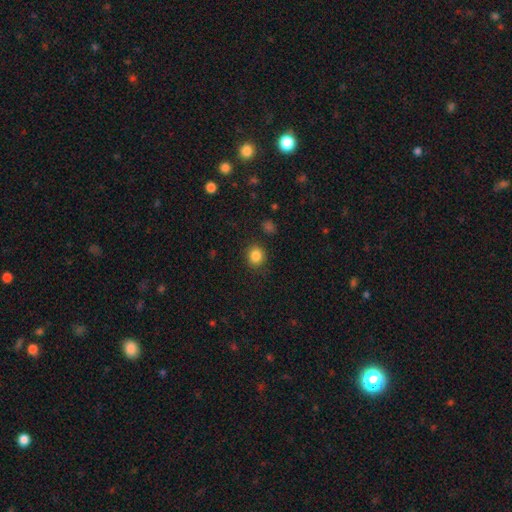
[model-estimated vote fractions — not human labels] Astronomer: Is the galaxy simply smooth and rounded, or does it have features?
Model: smooth — 85%.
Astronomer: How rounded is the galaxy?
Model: round — 82%.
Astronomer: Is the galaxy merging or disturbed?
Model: none — 88%.